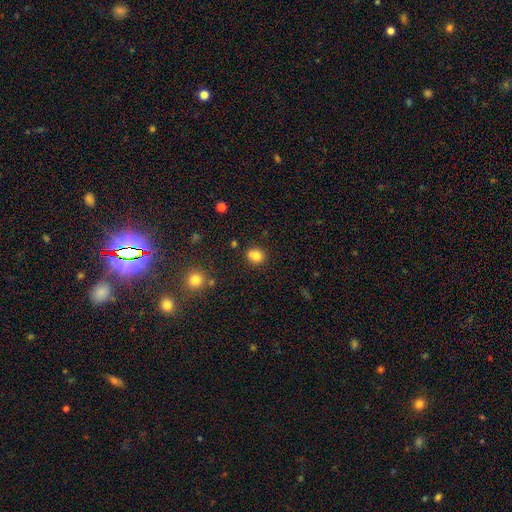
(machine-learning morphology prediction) This is clearly a smooth galaxy (82%). How rounded: likely round (68%). Merging: likely none (74%).